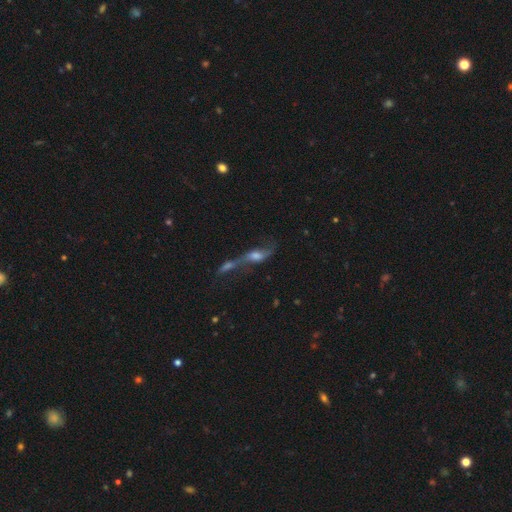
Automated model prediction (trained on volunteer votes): A featured or disk galaxy (63%).

Vote fractions:
- Smooth or featured? featured or disk: 63% / smooth: 24% / star or artifact: 13%
- Edge-on disk? no: 77% / yes: 23%
- Merging? merger: 62% / none: 20% / major disturbance: 11% / minor disturbance: 8%